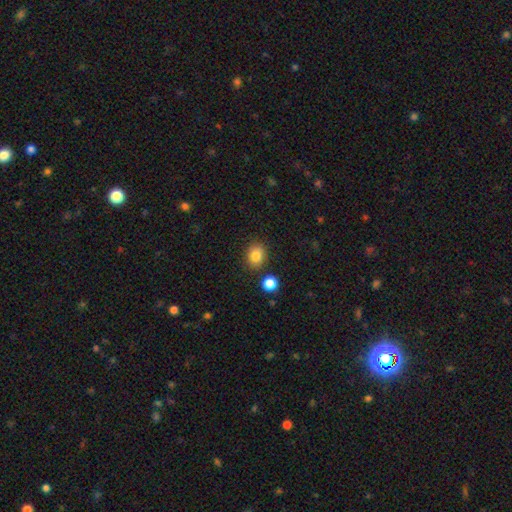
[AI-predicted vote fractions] smooth-or-featured: smooth: 84% | star or artifact: 10% | featured or disk: 6%
  how-rounded: in between: 50% | round: 49% | cigar-shaped: 1%
  merging: none: 84% | minor disturbance: 10% | merger: 4% | major disturbance: 3%